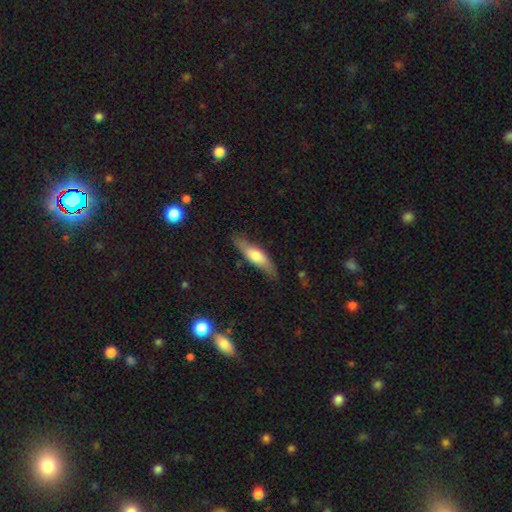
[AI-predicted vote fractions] Smooth or featured?
  - smooth: 58% *
  - featured or disk: 36%
  - star or artifact: 6%
How rounded?
  - cigar-shaped: 65% *
  - in between: 33%
  - round: 2%
Merging?
  - none: 77% *
  - minor disturbance: 18%
  - major disturbance: 4%
  - merger: 2%